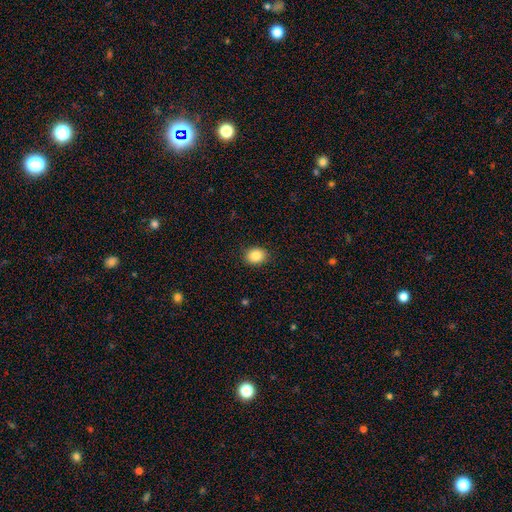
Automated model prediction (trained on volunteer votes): Morphology: type=smooth (87%); roundness=round (51%); merging=none (89%).